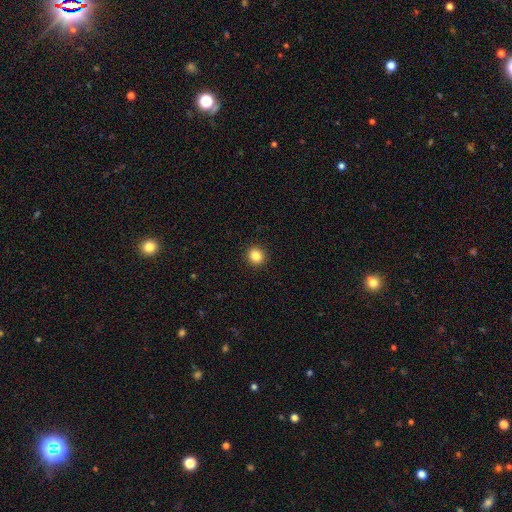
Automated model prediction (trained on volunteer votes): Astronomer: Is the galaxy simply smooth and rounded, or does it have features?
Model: smooth — 85%.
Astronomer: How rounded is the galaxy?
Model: round — 91%.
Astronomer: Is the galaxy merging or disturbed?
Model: none — 93%.